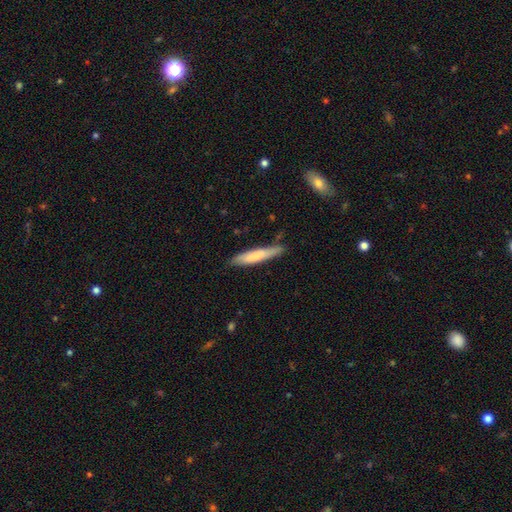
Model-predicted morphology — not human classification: Smooth or featured? smooth (72%)
How rounded? cigar-shaped (91%)
Merging? none (83%)